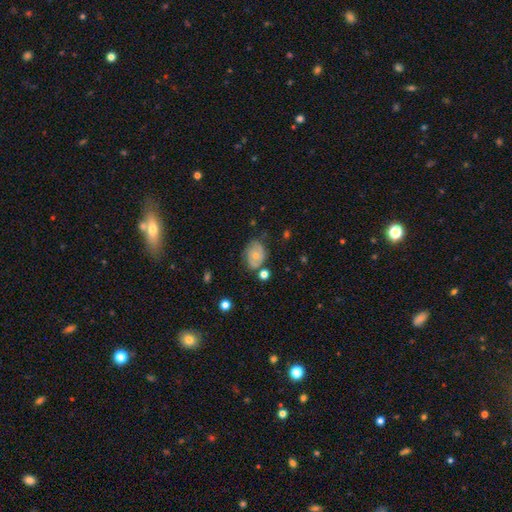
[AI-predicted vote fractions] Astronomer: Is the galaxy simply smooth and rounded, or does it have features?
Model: smooth — 47% (runner-up: featured or disk, 44%).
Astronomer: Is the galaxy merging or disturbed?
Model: none — 57%.